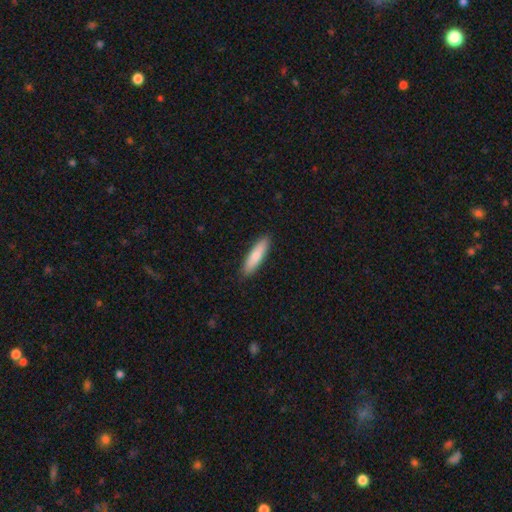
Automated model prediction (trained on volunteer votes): Smooth or featured: smooth — 80% (featured or disk — 15%)
How rounded: cigar-shaped — 72% (in between — 26%)
Merging: none — 90% (minor disturbance — 8%)